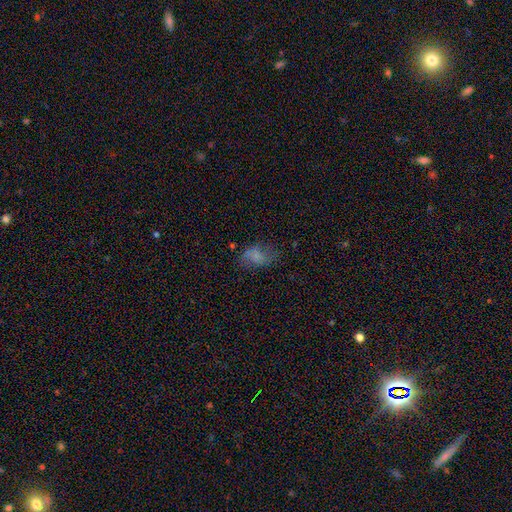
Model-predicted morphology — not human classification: smooth 57%, featured or disk 29%, star or artifact 14%. Down the decision tree: how rounded — in between (86%); merging — none (52%).